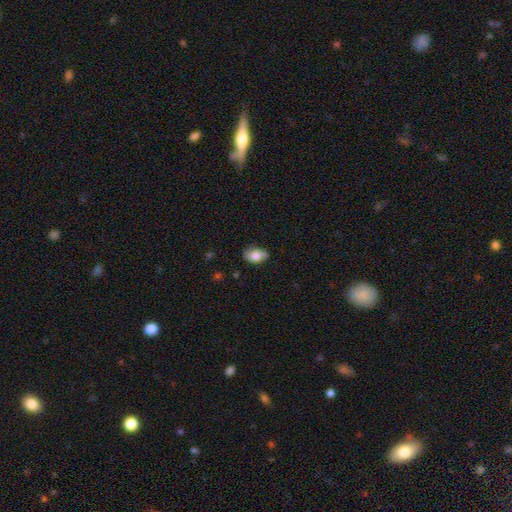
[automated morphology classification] Overall: smooth (77%). How rounded: in between (84%). Merging: none (62%; minor disturbance 30%).